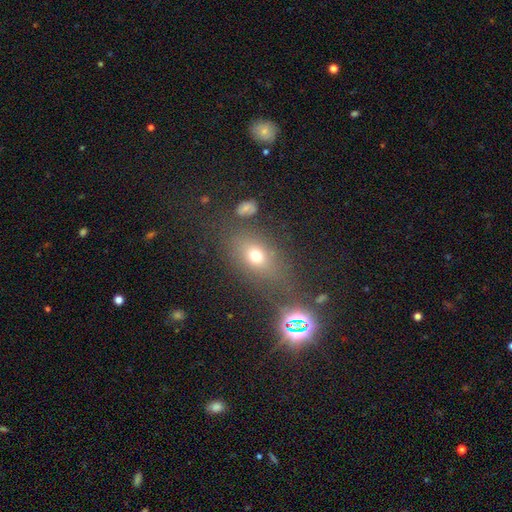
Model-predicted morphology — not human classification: A smooth galaxy with no disk features (67%) that is in between round and cigar-shaped (65%).

Vote fractions:
- Smooth or featured? smooth: 67% / star or artifact: 19% / featured or disk: 14%
- How rounded? in between: 65% / round: 31% / cigar-shaped: 4%
- Merging? none: 67% / minor disturbance: 14% / merger: 10% / major disturbance: 9%